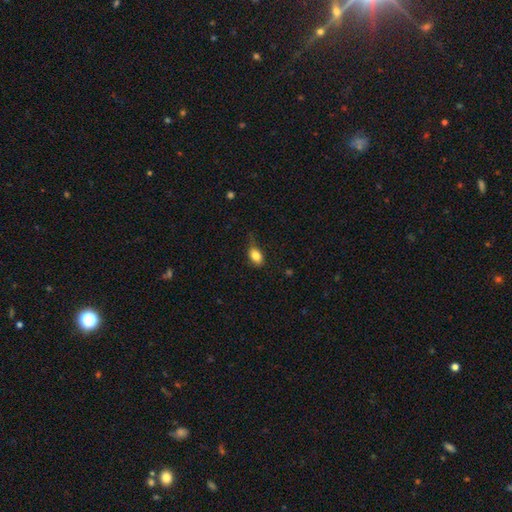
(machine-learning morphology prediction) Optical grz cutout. It shows a smooth galaxy with no disk features (83%) that is in between round and cigar-shaped (81%). Merging: none (62%).